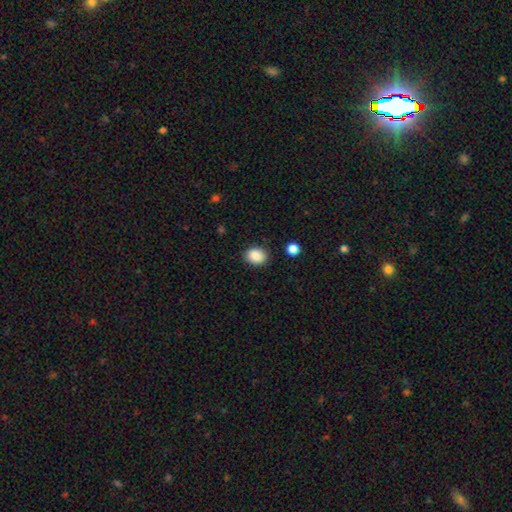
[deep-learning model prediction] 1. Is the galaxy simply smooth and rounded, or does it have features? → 88% smooth, 8% star or artifact, 3% featured or disk.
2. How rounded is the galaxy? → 52% in between, 47% round, 1% cigar-shaped.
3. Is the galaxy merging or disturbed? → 87% none, 8% minor disturbance, 2% major disturbance, 2% merger.